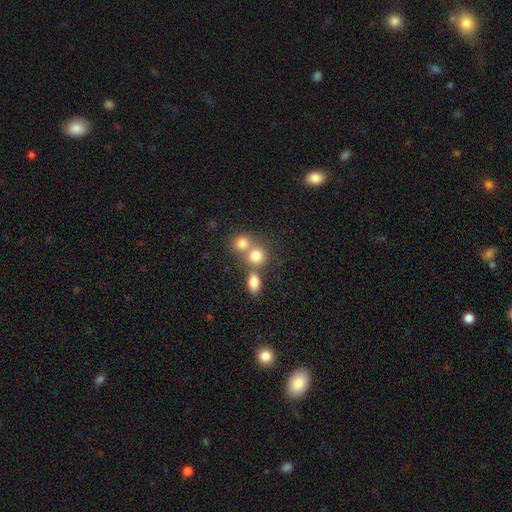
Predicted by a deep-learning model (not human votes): Smooth or featured? smooth (78%)
How rounded? round (77%)
Merging? merger (46%)